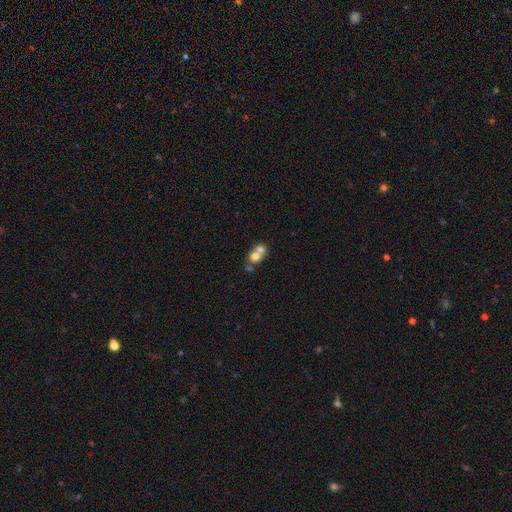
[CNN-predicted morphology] smooth 70%, featured or disk 19%, star or artifact 11%. Down the decision tree: how rounded — round (72%); merging — merger (68%).